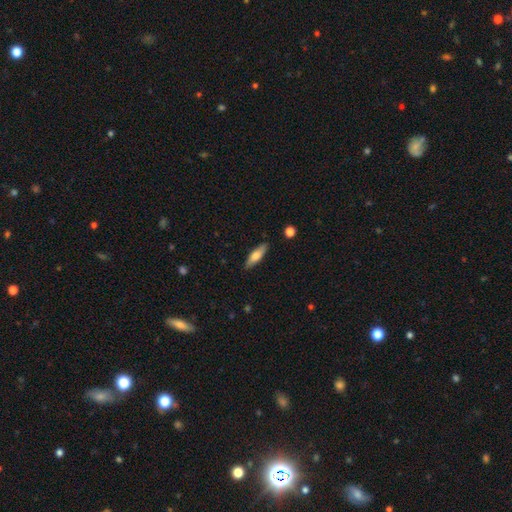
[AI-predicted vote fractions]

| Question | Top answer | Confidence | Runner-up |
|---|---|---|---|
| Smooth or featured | smooth | 66% | featured or disk (28%) |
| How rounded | cigar-shaped | 56% | in between (42%) |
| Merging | none | 87% | minor disturbance (10%) |